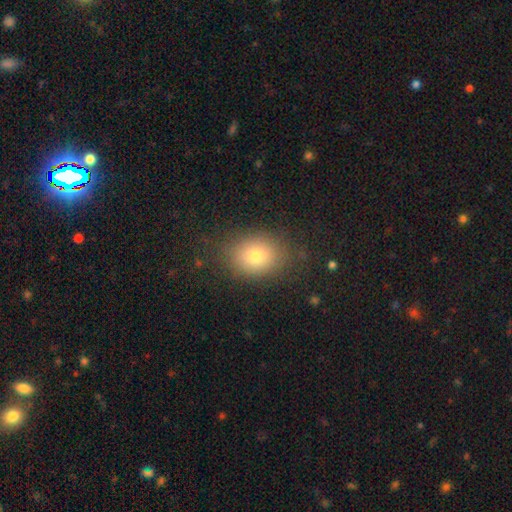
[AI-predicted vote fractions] The model was most divided on "how rounded": round: 50%, in between: 49%, cigar-shaped: 1%. More confident: merging — none (81%); smooth or featured — smooth (76%).